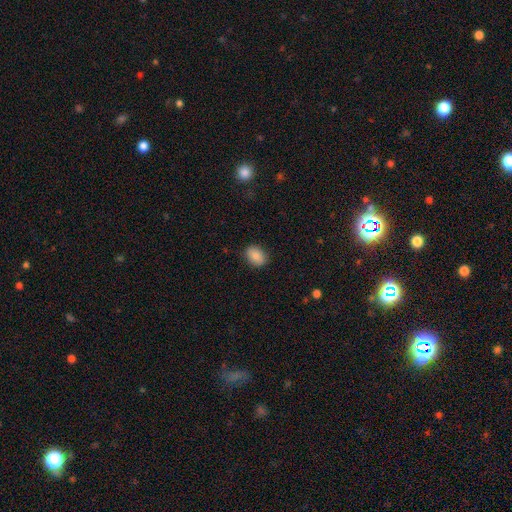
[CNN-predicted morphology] smooth-or-featured: smooth: 85% | star or artifact: 8% | featured or disk: 7%
  how-rounded: in between: 76% | round: 22% | cigar-shaped: 1%
  merging: none: 87% | minor disturbance: 9% | major disturbance: 2% | merger: 1%